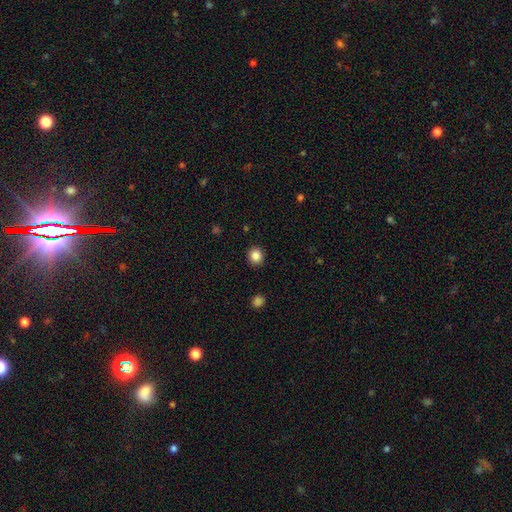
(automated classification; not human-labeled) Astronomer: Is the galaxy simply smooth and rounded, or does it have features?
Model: smooth — 85%.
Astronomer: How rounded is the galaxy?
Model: round — 89%.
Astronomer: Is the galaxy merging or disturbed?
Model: none — 91%.